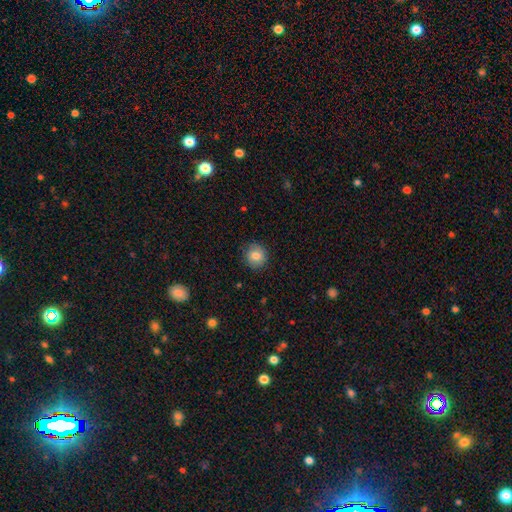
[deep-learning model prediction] Q: Smooth or featured?
A: smooth (80%); runner-up: featured or disk (11%)
Q: How rounded?
A: round (86%); runner-up: in between (13%)
Q: Merging?
A: none (84%); runner-up: minor disturbance (12%)